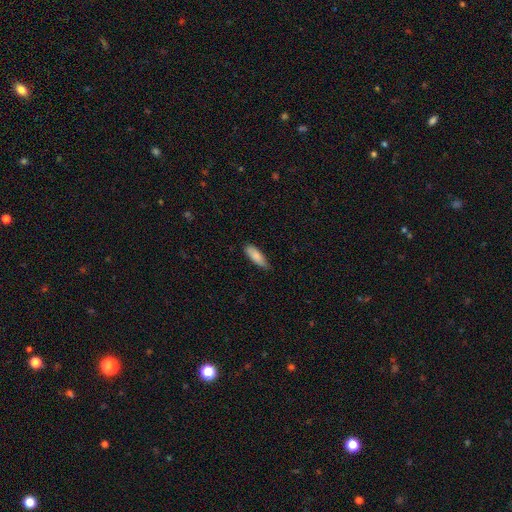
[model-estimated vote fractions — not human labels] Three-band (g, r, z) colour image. It shows a smooth galaxy with no disk features (86%) that is in between round and cigar-shaped (56%). Merging: none (74%).